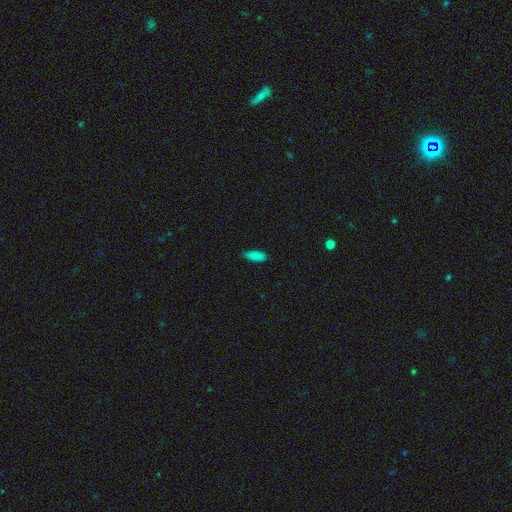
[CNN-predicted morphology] Smooth or featured?
  - smooth: 86% *
  - star or artifact: 9%
  - featured or disk: 5%
How rounded?
  - in between: 67% *
  - cigar-shaped: 31%
  - round: 2%
Merging?
  - none: 83% *
  - minor disturbance: 14%
  - major disturbance: 2%
  - merger: 1%